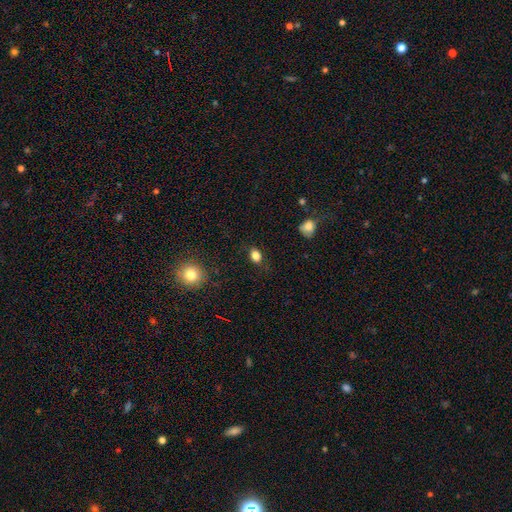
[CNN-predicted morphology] smooth-or-featured: smooth: 84% | star or artifact: 11% | featured or disk: 5%
  how-rounded: in between: 69% | round: 30% | cigar-shaped: 2%
  merging: none: 81% | minor disturbance: 14% | major disturbance: 4% | merger: 2%